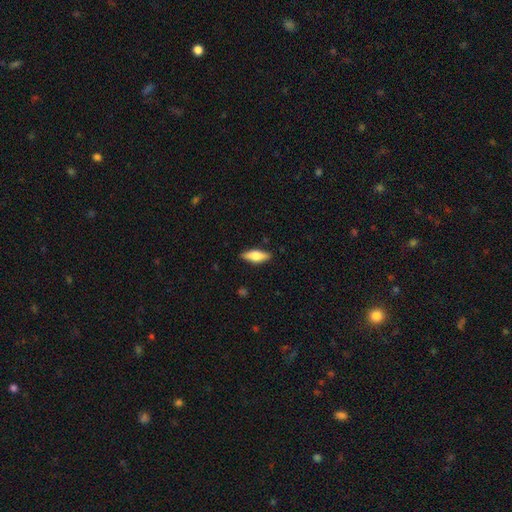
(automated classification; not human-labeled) Q: Smooth or featured?
A: smooth (63%); runner-up: featured or disk (31%)
Q: How rounded?
A: in between (61%); runner-up: cigar-shaped (36%)
Q: Merging?
A: none (88%); runner-up: minor disturbance (9%)